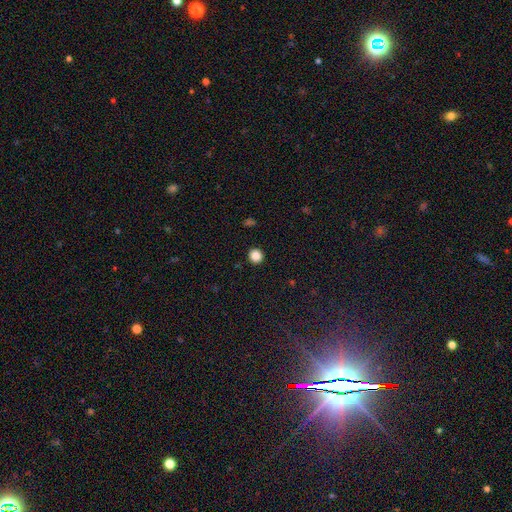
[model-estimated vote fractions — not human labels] This is clearly a smooth galaxy (86%). How rounded: clearly round (94%). Merging: clearly none (93%).